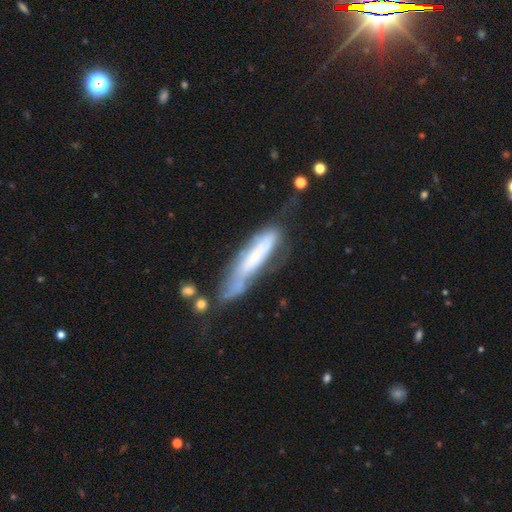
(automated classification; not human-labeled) Morphology: type=featured or disk (50%); merging=none (38%).